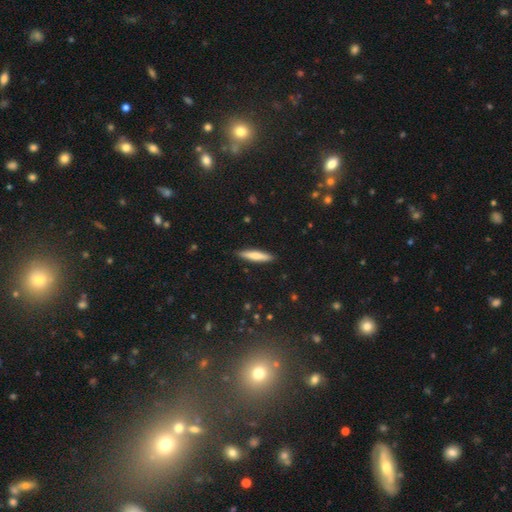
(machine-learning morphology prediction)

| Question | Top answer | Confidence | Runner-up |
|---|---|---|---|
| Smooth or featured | smooth | 68% | featured or disk (26%) |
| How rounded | cigar-shaped | 86% | in between (12%) |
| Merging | none | 89% | minor disturbance (8%) |